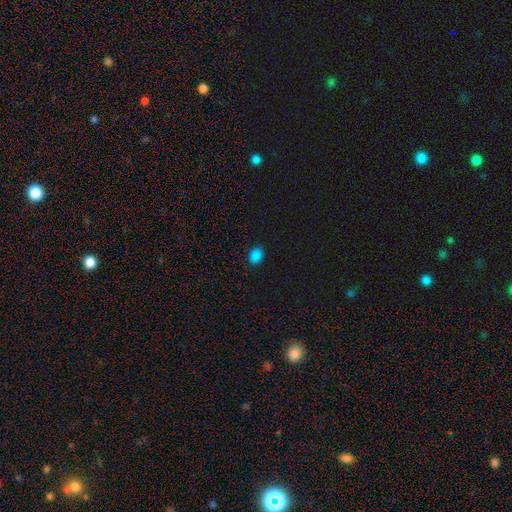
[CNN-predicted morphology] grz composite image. It shows a smooth galaxy with no disk features (85%) that is in between round and cigar-shaped (63%). Merging: none (90%).